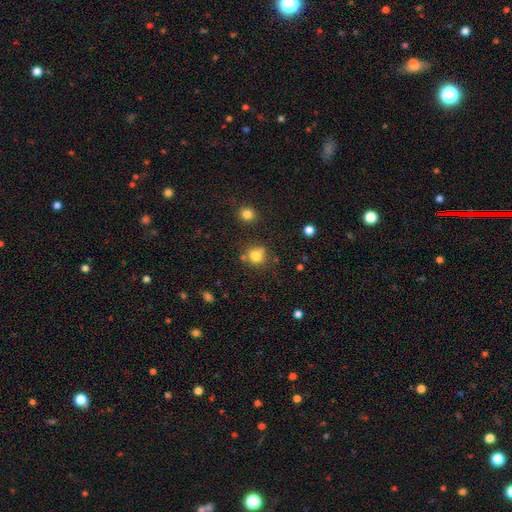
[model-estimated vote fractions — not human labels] smooth 79%, star or artifact 14%, featured or disk 7%. Down the decision tree: how rounded — round (84%); merging — none (67%).